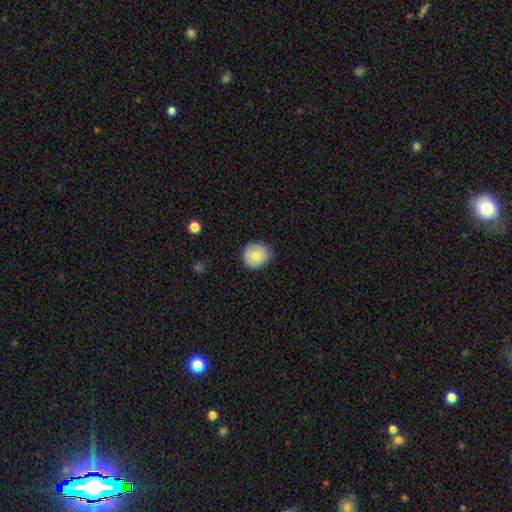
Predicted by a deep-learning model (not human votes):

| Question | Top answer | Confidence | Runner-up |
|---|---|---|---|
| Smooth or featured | smooth | 76% | featured or disk (15%) |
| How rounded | round | 90% | in between (9%) |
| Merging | none | 83% | minor disturbance (14%) |